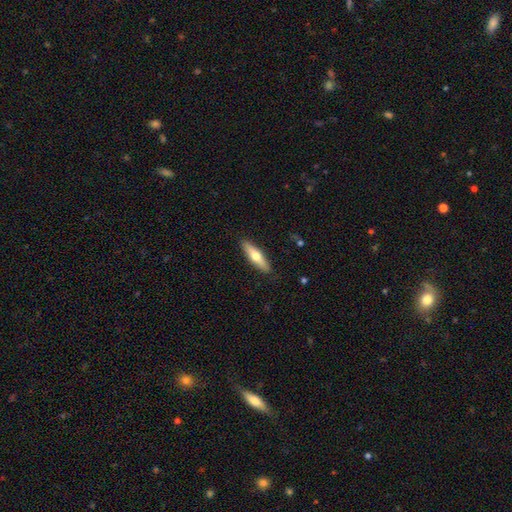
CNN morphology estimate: Q: Smooth or featured?
A: smooth (54%); runner-up: featured or disk (41%)
Q: How rounded?
A: cigar-shaped (71%); runner-up: in between (27%)
Q: Merging?
A: none (89%); runner-up: minor disturbance (8%)